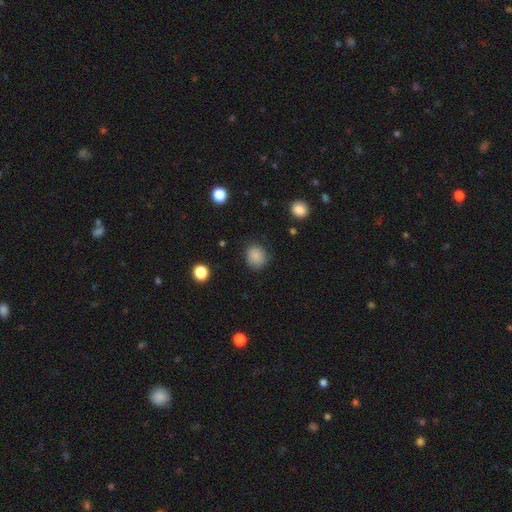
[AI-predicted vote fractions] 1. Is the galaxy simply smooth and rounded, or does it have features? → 85% smooth, 10% star or artifact, 4% featured or disk.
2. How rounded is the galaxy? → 78% round, 21% in between, 1% cigar-shaped.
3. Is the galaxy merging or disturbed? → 82% none, 13% minor disturbance, 4% major disturbance, 1% merger.